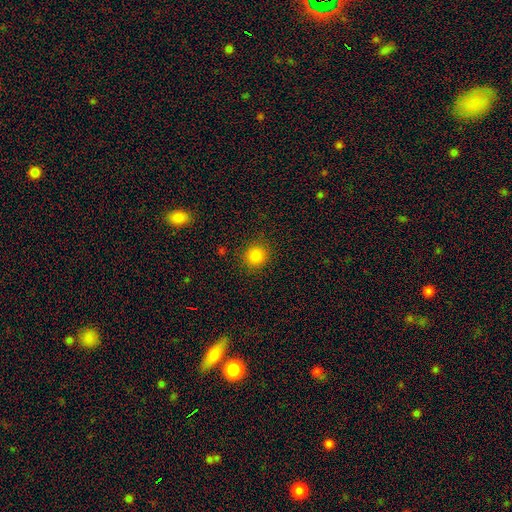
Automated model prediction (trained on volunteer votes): Smooth or featured? smooth (85%)
How rounded? round (90%)
Merging? none (88%)